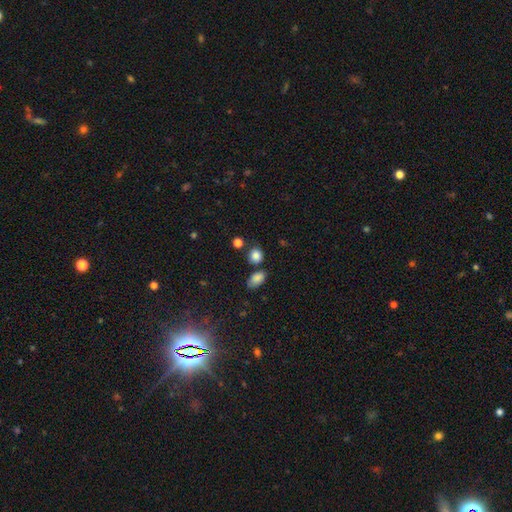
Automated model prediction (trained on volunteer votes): Q: Smooth or featured?
A: smooth (84%); runner-up: star or artifact (11%)
Q: How rounded?
A: round (77%); runner-up: in between (22%)
Q: Merging?
A: none (71%); runner-up: minor disturbance (13%)